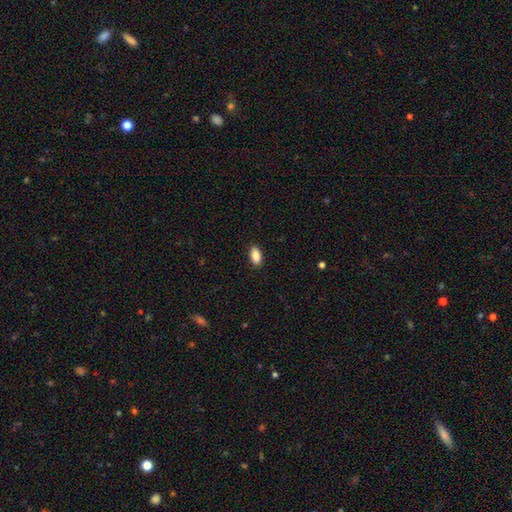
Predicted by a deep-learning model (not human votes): Smooth or featured? Predicted: smooth (p=0.88). How rounded? Predicted: in between (p=0.91). Merging? Predicted: none (p=0.89).